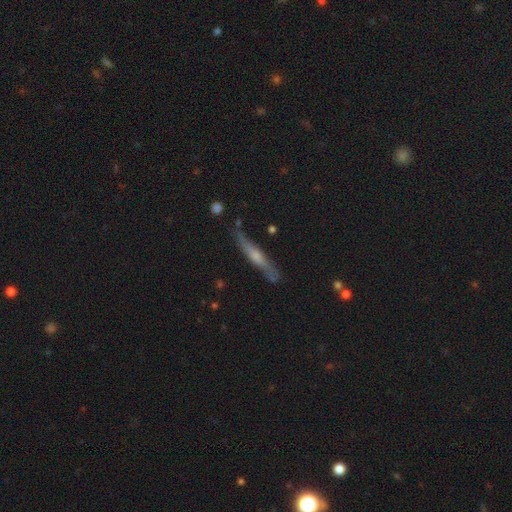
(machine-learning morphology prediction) Smooth or featured: featured or disk — 65% (smooth — 28%)
Edge-on disk: yes — 89% (no — 11%)
Edge-on bulge: rounded — 62% (none — 25%)
Merging: none — 76% (minor disturbance — 17%)